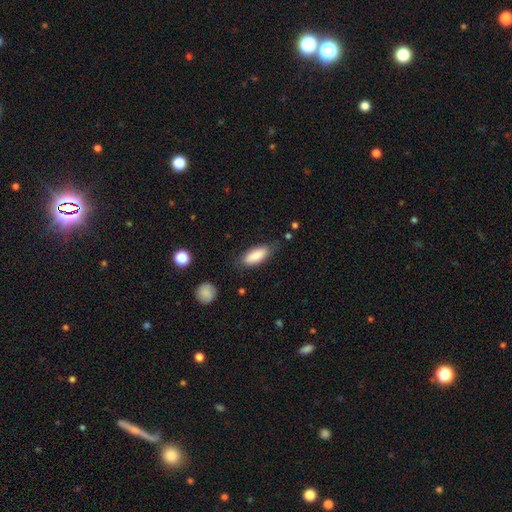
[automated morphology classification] type=smooth (85%); roundness=in between (79%); merging=none (69%).